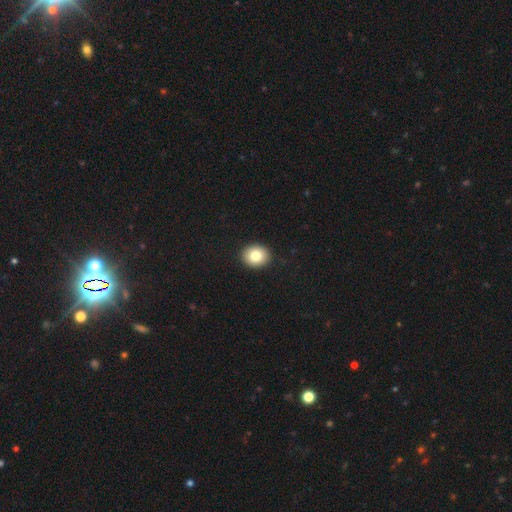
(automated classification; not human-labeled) Smooth or featured?
  - smooth: 81% *
  - featured or disk: 10%
  - star or artifact: 9%
How rounded?
  - round: 63% *
  - in between: 37%
  - cigar-shaped: 1%
Merging?
  - none: 92% *
  - minor disturbance: 6%
  - major disturbance: 2%
  - merger: 1%